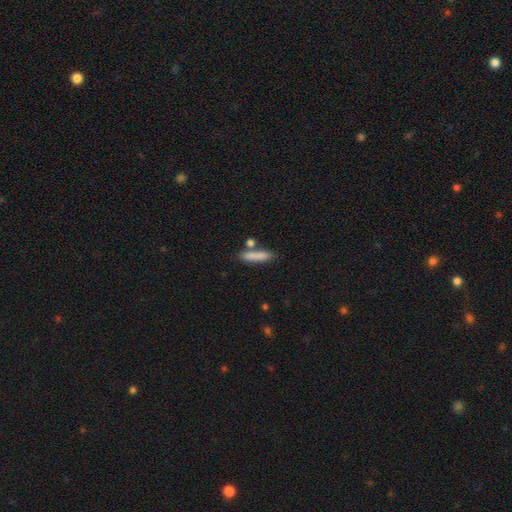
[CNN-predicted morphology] smooth 83%, featured or disk 10%, star or artifact 7%. Down the decision tree: how rounded — cigar-shaped (70%); merging — none (69%).